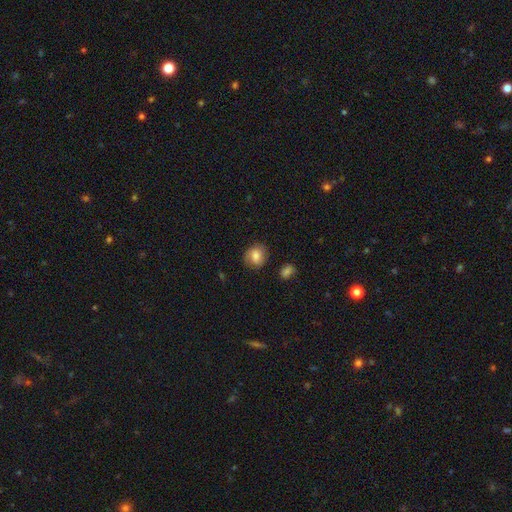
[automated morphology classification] Smooth or featured? smooth (68%)
How rounded? round (66%)
Merging? none (73%)